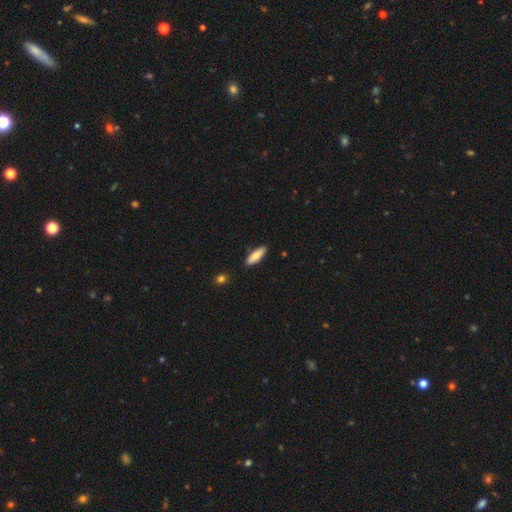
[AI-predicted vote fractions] Q: Smooth or featured?
A: smooth (80%); runner-up: featured or disk (14%)
Q: How rounded?
A: cigar-shaped (53%); runner-up: in between (45%)
Q: Merging?
A: none (88%); runner-up: minor disturbance (9%)